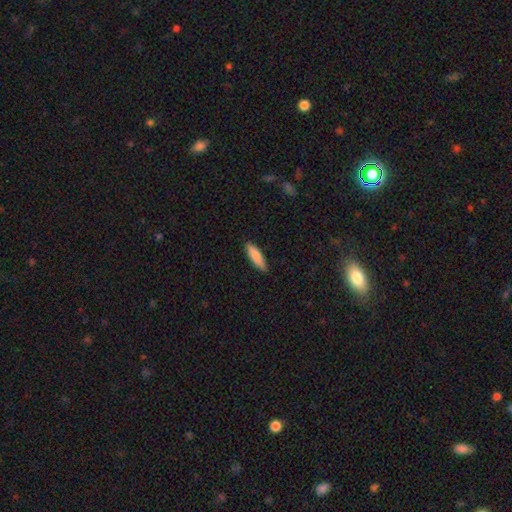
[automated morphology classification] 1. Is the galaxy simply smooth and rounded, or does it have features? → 86% smooth, 9% featured or disk, 6% star or artifact.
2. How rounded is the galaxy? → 56% cigar-shaped, 43% in between, 1% round.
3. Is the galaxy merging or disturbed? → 87% none, 11% minor disturbance, 2% major disturbance, 1% merger.